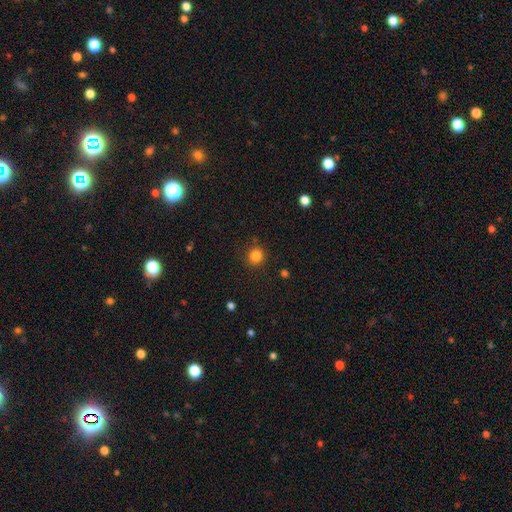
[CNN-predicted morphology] smooth-or-featured: smooth: 83% | star or artifact: 12% | featured or disk: 4%
  how-rounded: round: 90% | in between: 9% | cigar-shaped: 1%
  merging: none: 89% | minor disturbance: 7% | major disturbance: 3% | merger: 2%